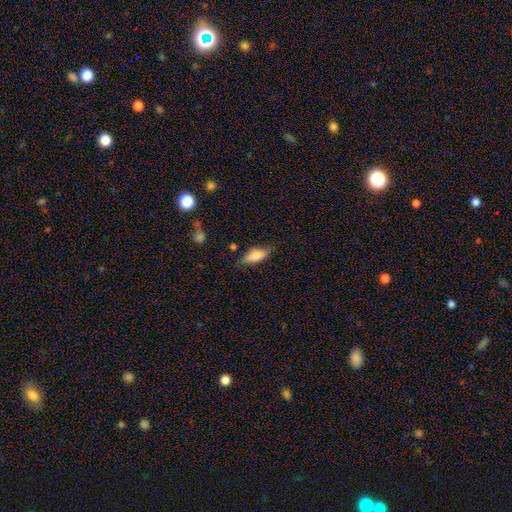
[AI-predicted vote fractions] This is clearly a smooth galaxy (81%). How rounded: likely in between (78%). Merging: likely none (71%).